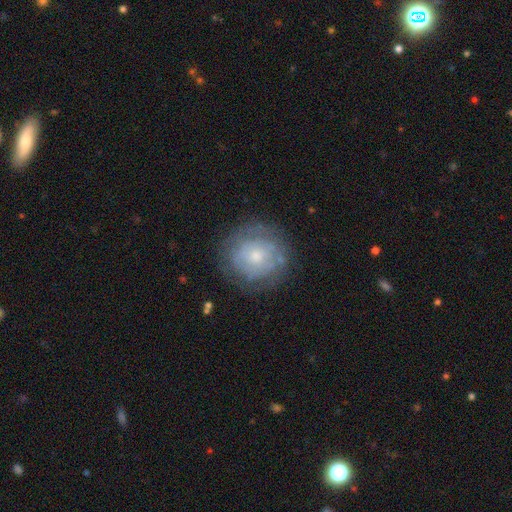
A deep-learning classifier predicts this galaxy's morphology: featured or disk 48%, smooth 43%, star or artifact 9%. Down the decision tree: merging — none (76%).